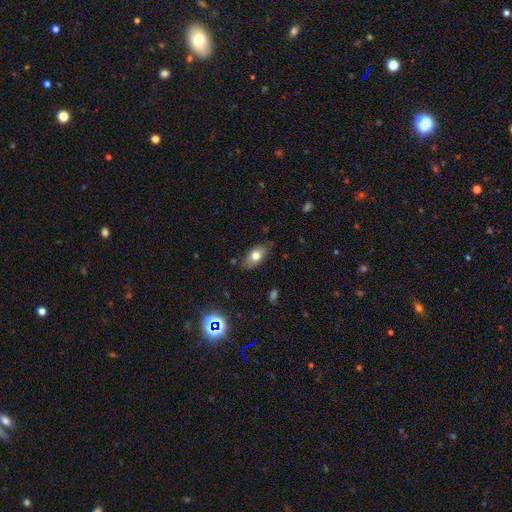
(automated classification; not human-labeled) Smooth or featured? smooth (74%)
How rounded? in between (87%)
Merging? none (77%)